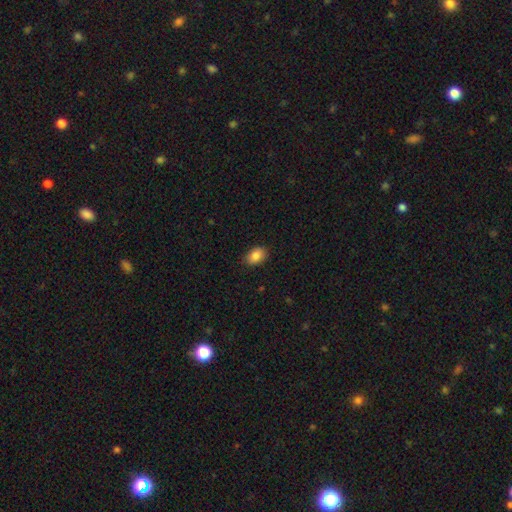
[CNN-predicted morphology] smooth-or-featured: smooth: 88% | star or artifact: 8% | featured or disk: 4%
  how-rounded: in between: 86% | round: 13% | cigar-shaped: 1%
  merging: none: 85% | minor disturbance: 11% | major disturbance: 2% | merger: 1%